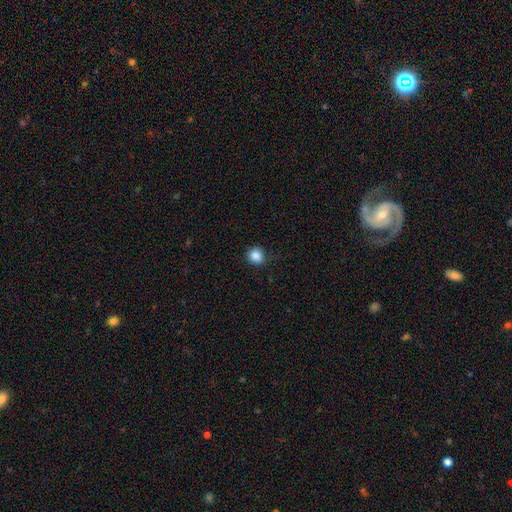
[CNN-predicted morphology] The model was most divided on "merging": none: 82%, minor disturbance: 13%, major disturbance: 3%, merger: 1%. More confident: how rounded — round (88%); smooth or featured — smooth (86%).